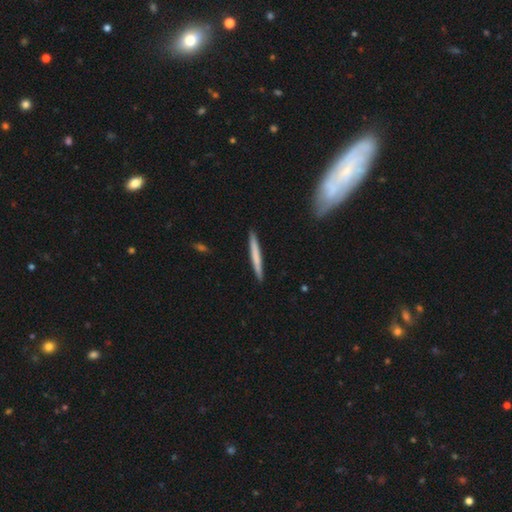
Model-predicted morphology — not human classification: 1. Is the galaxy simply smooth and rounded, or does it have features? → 63% smooth, 32% featured or disk, 5% star or artifact.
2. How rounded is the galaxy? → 97% cigar-shaped, 2% in between, 1% round.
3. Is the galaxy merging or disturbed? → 92% none, 6% minor disturbance, 1% merger, 1% major disturbance.